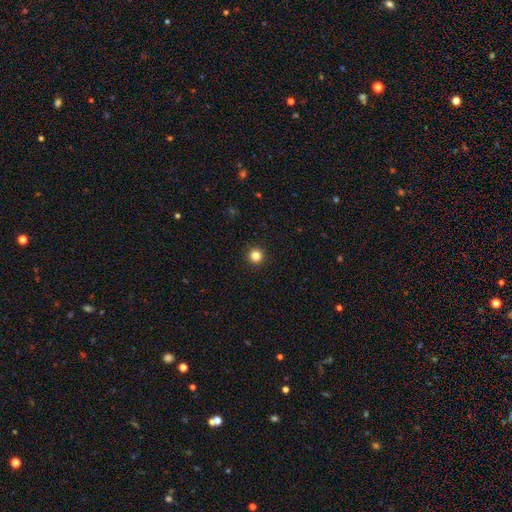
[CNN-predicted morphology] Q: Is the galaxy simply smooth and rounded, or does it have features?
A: smooth — 83%.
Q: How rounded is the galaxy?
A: round — 96%.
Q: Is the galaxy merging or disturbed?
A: none — 94%.